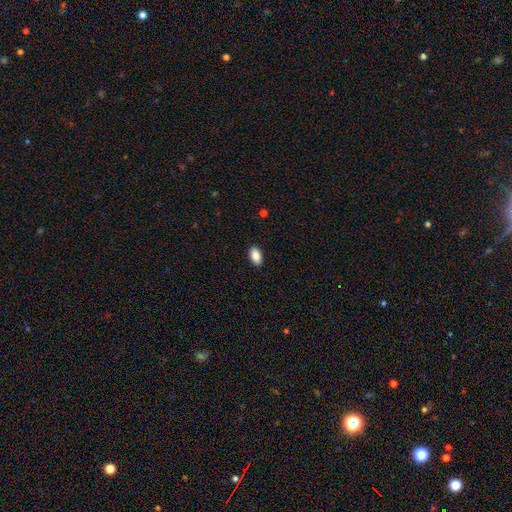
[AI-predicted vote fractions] Smooth or featured: smooth — 87% (star or artifact — 7%)
How rounded: in between — 93% (round — 5%)
Merging: none — 90% (minor disturbance — 8%)